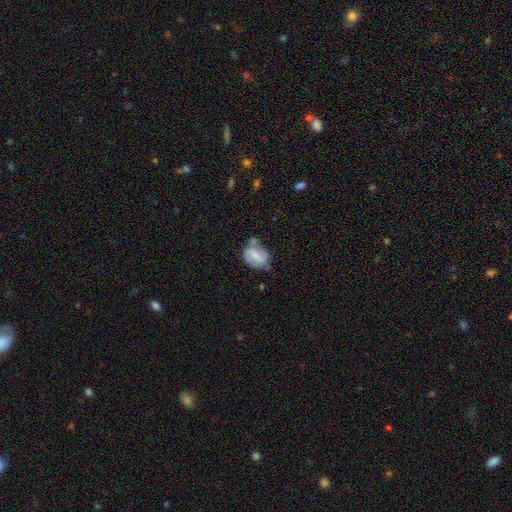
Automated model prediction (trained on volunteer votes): Smooth or featured? Predicted: featured or disk (p=0.53). Edge-on disk? Predicted: no (p=0.96). Bar? Predicted: weak (p=0.44). Spiral arms? Predicted: yes (p=0.72). Bulge size? Predicted: small (p=0.51). Merging? Predicted: none (p=0.49).